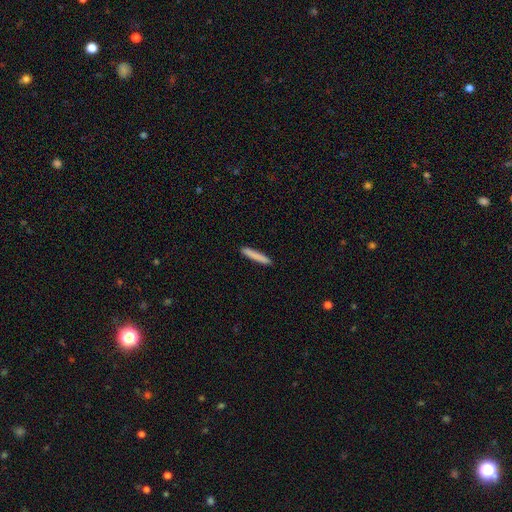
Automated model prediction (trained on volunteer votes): smooth_or_featured: smooth (p=0.83) [alt: featured or disk p=0.11]
how_rounded: cigar-shaped (p=0.95) [alt: in between p=0.04]
merging: none (p=0.92) [alt: minor disturbance p=0.06]